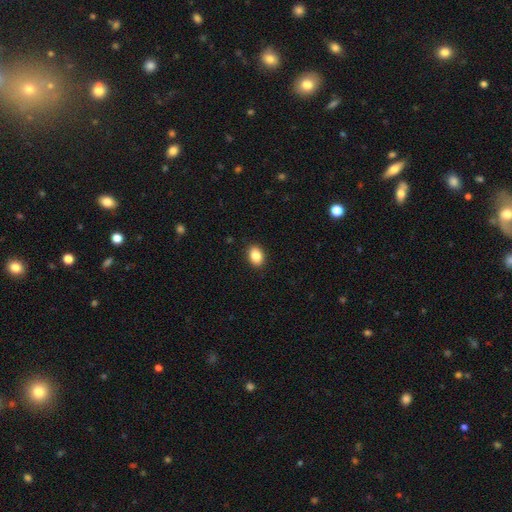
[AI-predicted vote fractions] Smooth or featured: smooth — 86% (star or artifact — 8%)
How rounded: in between — 73% (round — 26%)
Merging: none — 90% (minor disturbance — 7%)